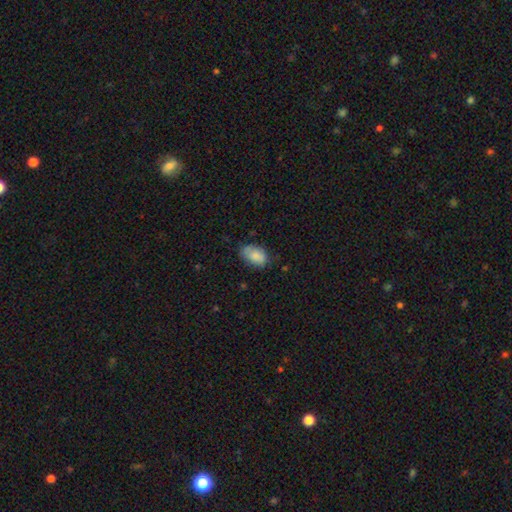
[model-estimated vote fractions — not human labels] Q: Smooth or featured?
A: smooth (85%); runner-up: featured or disk (8%)
Q: How rounded?
A: in between (92%); runner-up: round (7%)
Q: Merging?
A: none (69%); runner-up: minor disturbance (25%)